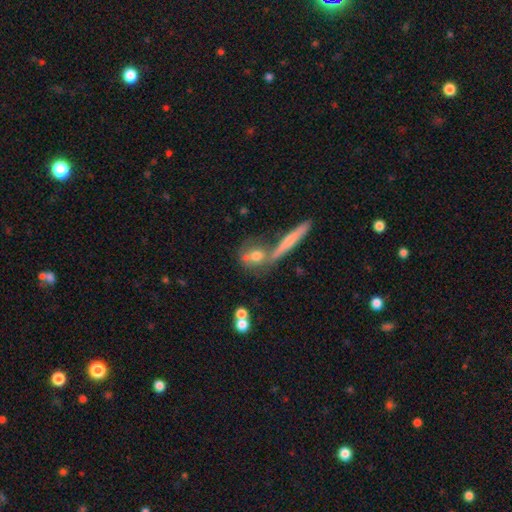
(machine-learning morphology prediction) Smooth or featured? Predicted: smooth (p=0.64). How rounded? Predicted: round (p=0.54). Merging? Predicted: none (p=0.49).